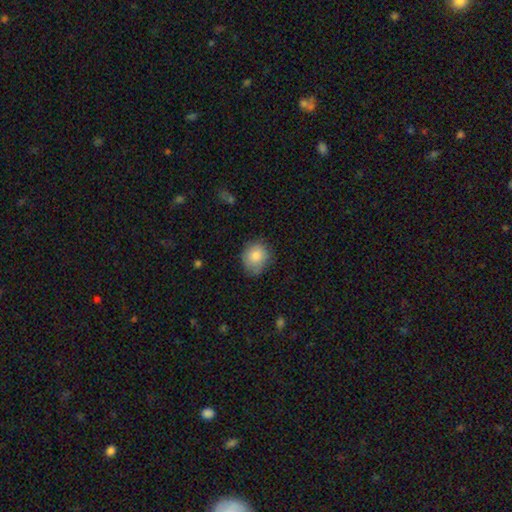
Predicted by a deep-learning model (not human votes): The model was most divided on "merging": none: 68%, minor disturbance: 26%, major disturbance: 5%, merger: 1%. More confident: smooth or featured — smooth (82%); how rounded — round (71%).